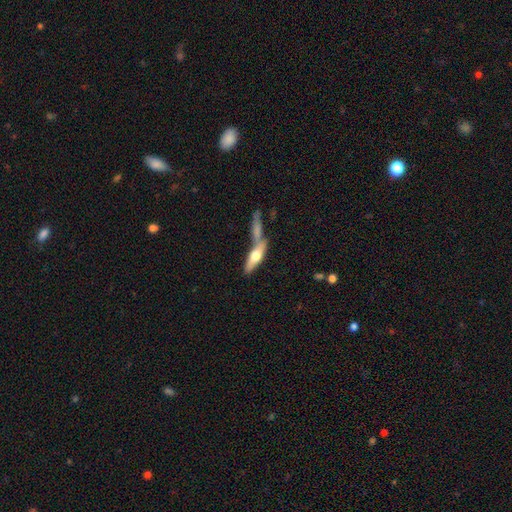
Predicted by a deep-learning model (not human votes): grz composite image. It shows a smooth galaxy with no disk features (52%) that is cigar-shaped (60%). Merging: merger (45%).